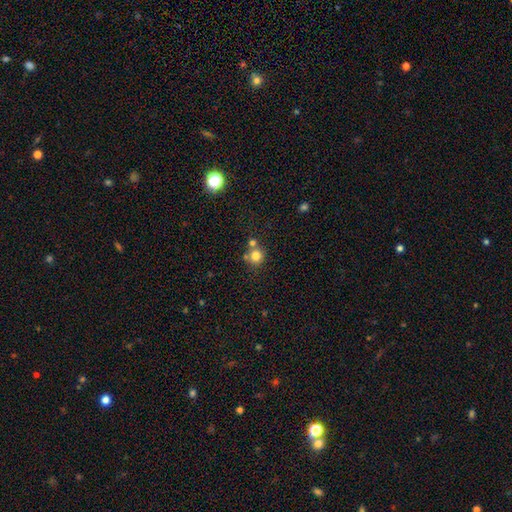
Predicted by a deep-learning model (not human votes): A smooth galaxy with no disk features (79%) that is round (90%). Merging: none (61%).